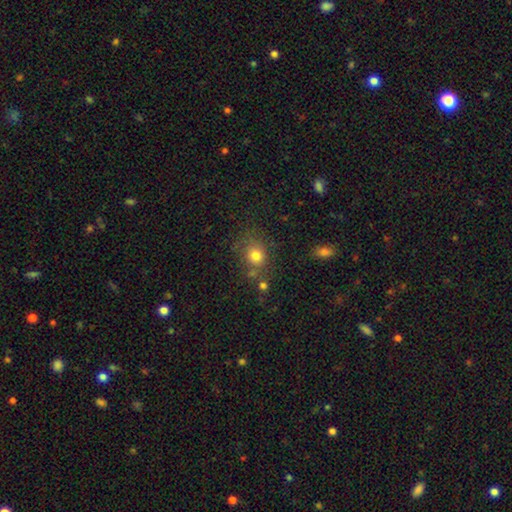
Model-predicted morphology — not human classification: Overall: smooth (77%). How rounded: round (74%). Merging: none (68%).